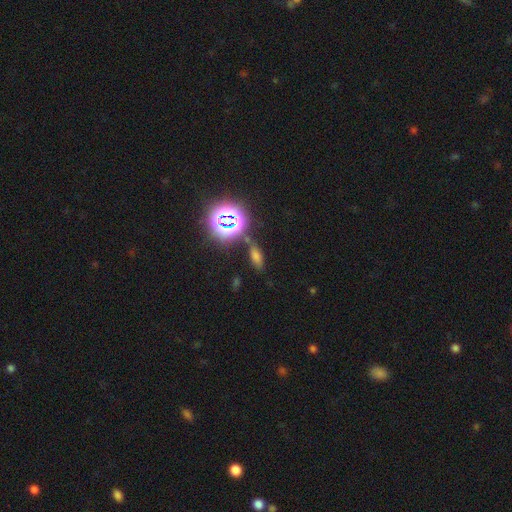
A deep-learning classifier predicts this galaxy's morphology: type=smooth (56%); roundness=in between (72%); merging=none (75%).